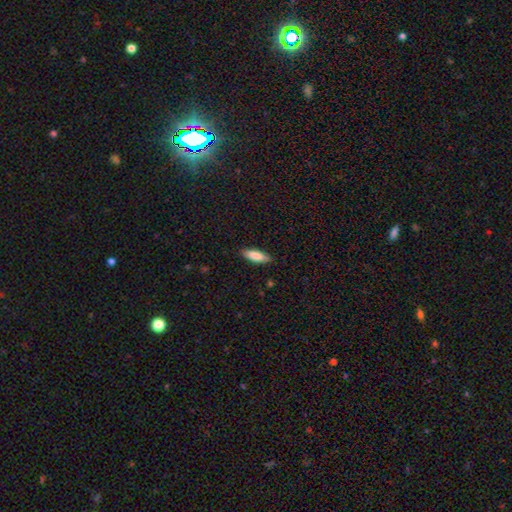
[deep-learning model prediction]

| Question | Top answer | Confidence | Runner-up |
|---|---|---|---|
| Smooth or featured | smooth | 85% | featured or disk (9%) |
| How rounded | in between | 60% | cigar-shaped (38%) |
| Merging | none | 87% | minor disturbance (10%) |